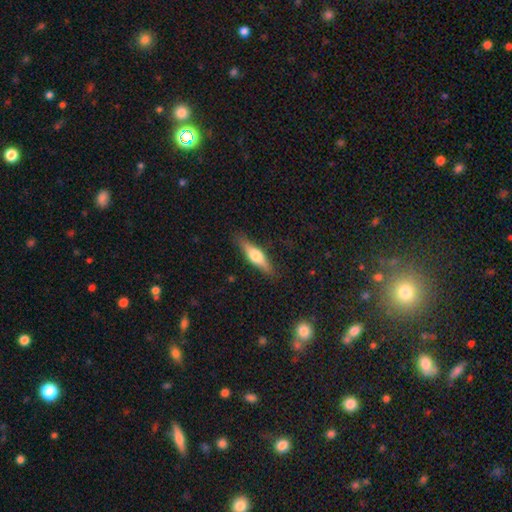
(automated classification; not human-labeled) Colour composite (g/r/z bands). It shows a smooth galaxy with no disk features (52%) that is cigar-shaped (66%). Merging: none (85%).